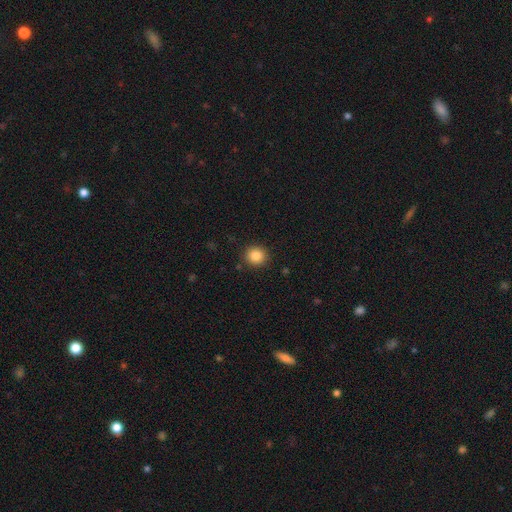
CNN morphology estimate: smooth-or-featured: smooth: 85% | star or artifact: 10% | featured or disk: 5%
  how-rounded: round: 89% | in between: 10% | cigar-shaped: 1%
  merging: none: 90% | minor disturbance: 7% | major disturbance: 2% | merger: 1%